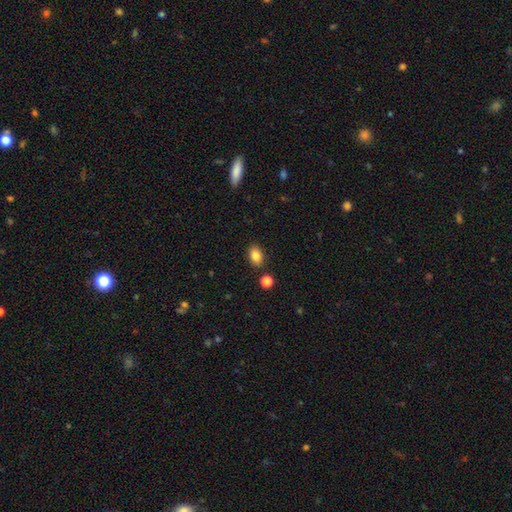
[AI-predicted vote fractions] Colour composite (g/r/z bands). It shows a smooth galaxy with no disk features (85%) that is in between round and cigar-shaped (83%). Merging: none (85%).